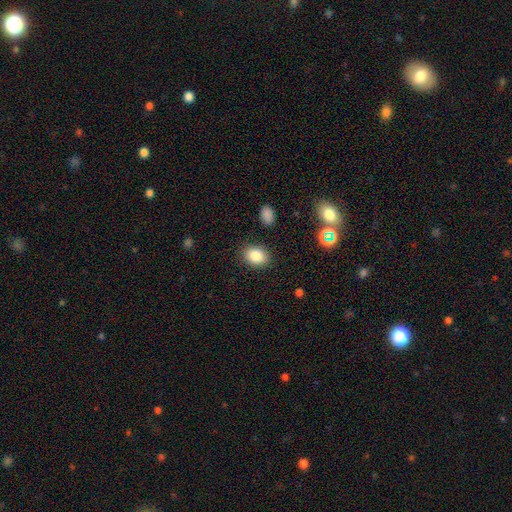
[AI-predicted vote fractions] This appears to be a smooth galaxy with no disk features (85%) that is in between round and cigar-shaped (68%). Merging: none (86%).